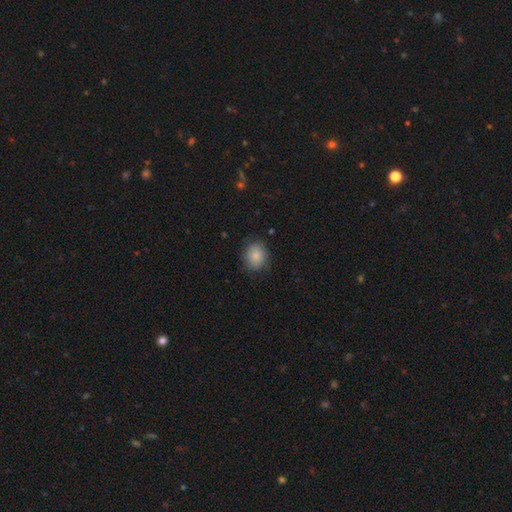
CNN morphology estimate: type=smooth (85%); roundness=round (64%); merging=none (82%).